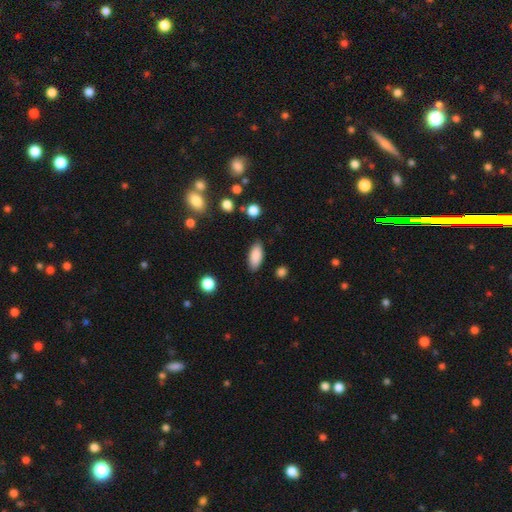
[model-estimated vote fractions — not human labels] This is clearly a smooth galaxy (87%). How rounded: clearly in between (85%). Merging: clearly none (86%).